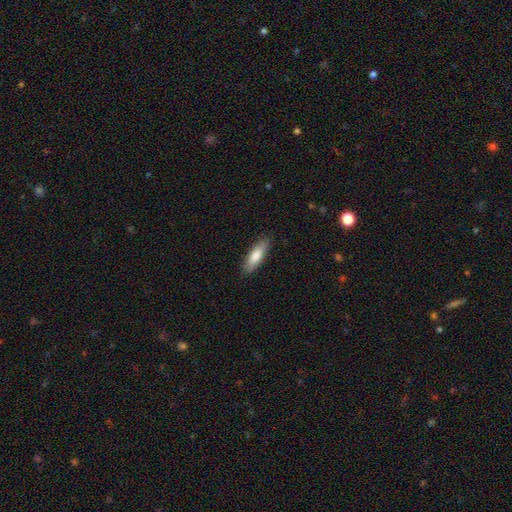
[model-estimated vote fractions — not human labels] Q: Smooth or featured?
A: smooth (81%); runner-up: featured or disk (13%)
Q: How rounded?
A: in between (53%); runner-up: cigar-shaped (46%)
Q: Merging?
A: none (86%); runner-up: minor disturbance (11%)